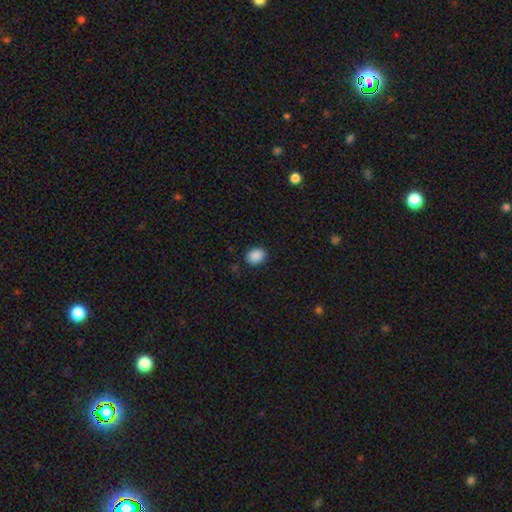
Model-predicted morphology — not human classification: Smooth or featured: smooth — 89% (star or artifact — 8%)
How rounded: in between — 58% (round — 42%)
Merging: none — 87% (minor disturbance — 9%)